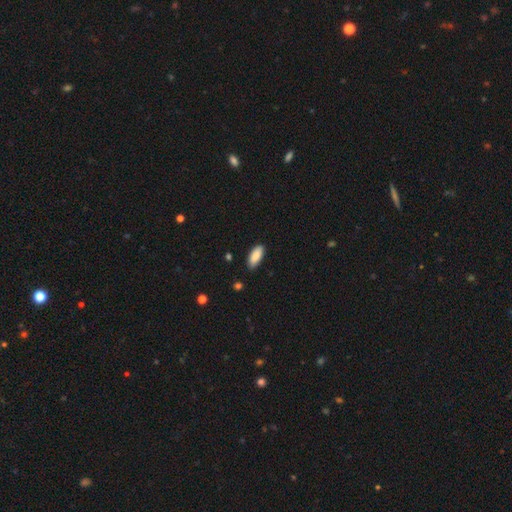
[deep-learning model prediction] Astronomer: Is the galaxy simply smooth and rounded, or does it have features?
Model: smooth — 88%.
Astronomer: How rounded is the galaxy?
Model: in between — 84%.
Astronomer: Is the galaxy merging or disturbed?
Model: none — 85%.